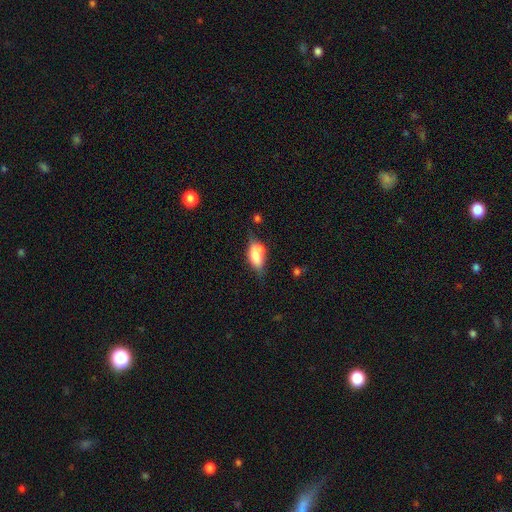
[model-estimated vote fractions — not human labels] smooth-or-featured: smooth: 72% | featured or disk: 20% | star or artifact: 8%
  how-rounded: in between: 85% | cigar-shaped: 10% | round: 5%
  merging: none: 40% | minor disturbance: 27% | merger: 22% | major disturbance: 11%